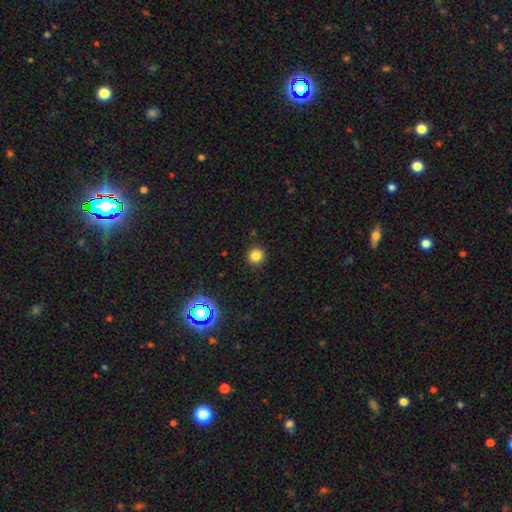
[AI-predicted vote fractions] Morphology: type=smooth (82%); roundness=round (92%); merging=none (91%).